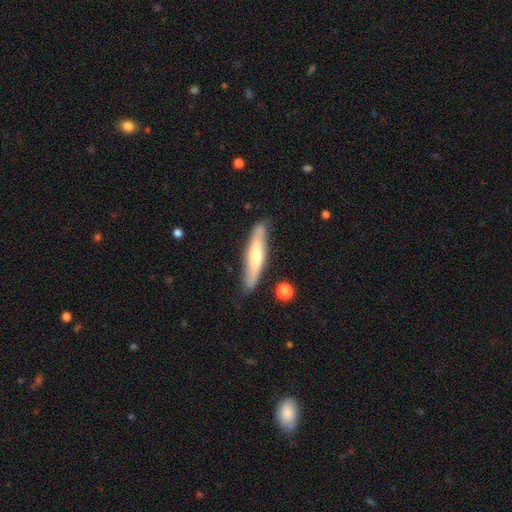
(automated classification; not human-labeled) The model was most divided on "smooth or featured": smooth: 50%, featured or disk: 44%, star or artifact: 6%. More confident: how rounded — cigar-shaped (83%); merging — none (80%).